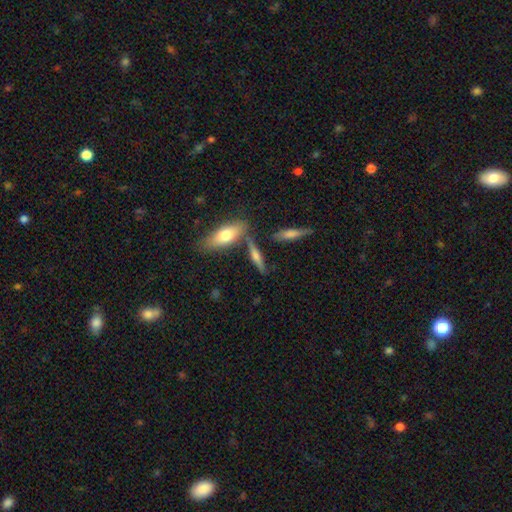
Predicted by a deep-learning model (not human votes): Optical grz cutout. It shows a smooth galaxy with no disk features (48%). Merging: none (69%).